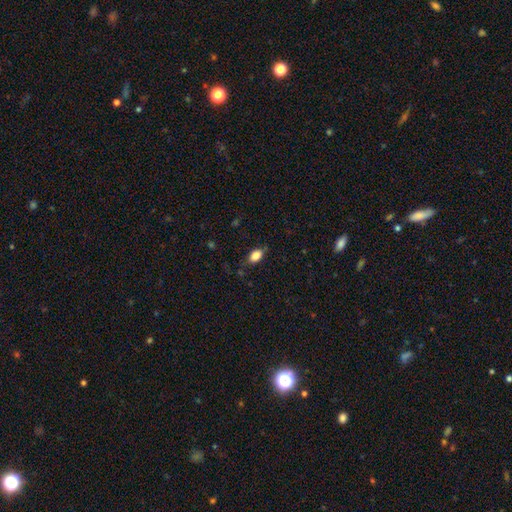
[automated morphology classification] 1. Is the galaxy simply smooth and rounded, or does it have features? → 84% smooth, 9% star or artifact, 7% featured or disk.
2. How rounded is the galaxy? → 87% in between, 10% round, 3% cigar-shaped.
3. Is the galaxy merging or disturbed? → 78% none, 17% minor disturbance, 4% major disturbance, 2% merger.